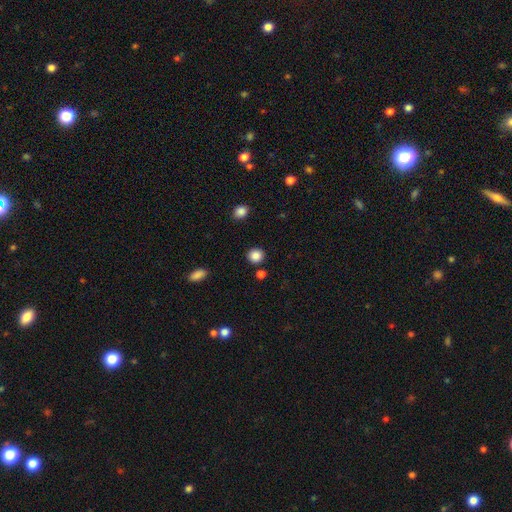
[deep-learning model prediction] Overall: smooth (87%). How rounded: round (88%). Merging: none (87%).